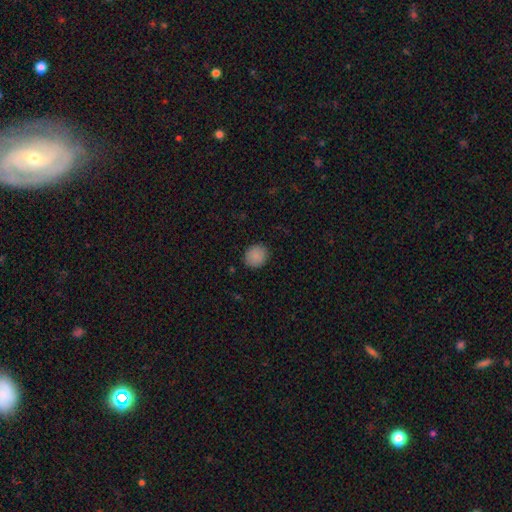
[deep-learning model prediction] This is clearly a smooth galaxy (88%). How rounded: likely round (76%). Merging: clearly none (89%).